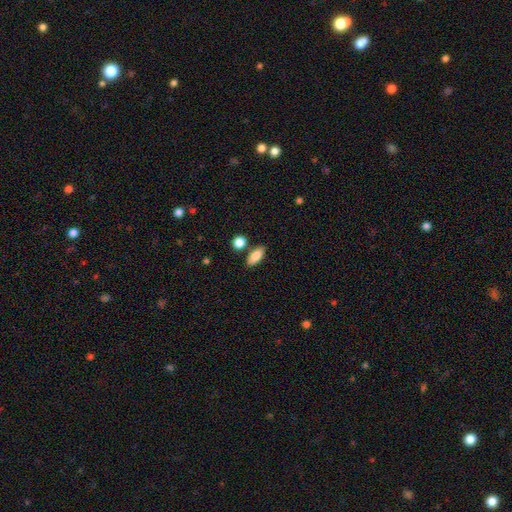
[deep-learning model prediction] Smooth or featured? smooth (82%)
How rounded? in between (82%)
Merging? none (79%)